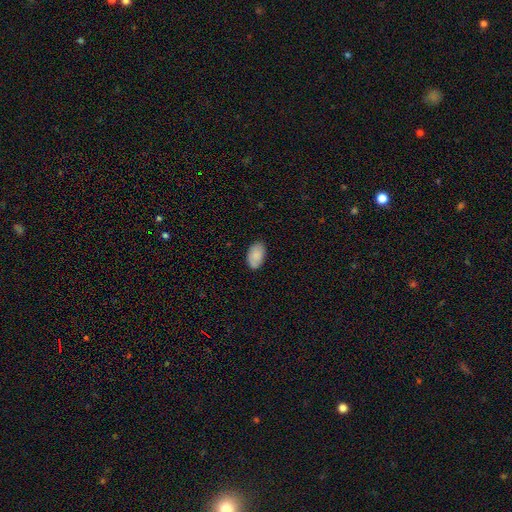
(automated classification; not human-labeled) smooth-or-featured: smooth: 86% | featured or disk: 8% | star or artifact: 6%
  how-rounded: in between: 93% | round: 6% | cigar-shaped: 1%
  merging: none: 84% | minor disturbance: 13% | major disturbance: 2% | merger: 1%